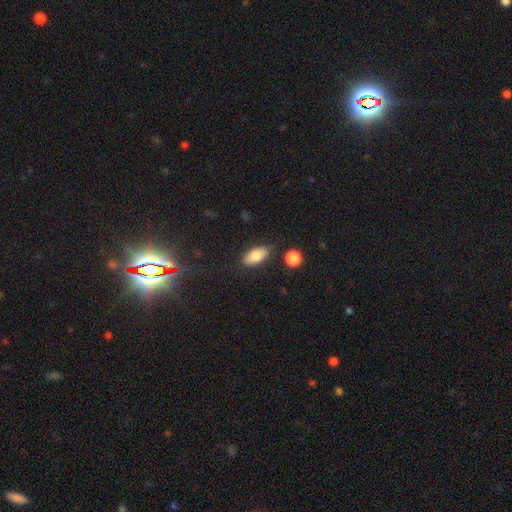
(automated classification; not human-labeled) The model was most divided on "merging": none: 76%, minor disturbance: 16%, major disturbance: 4%, merger: 4%. More confident: how rounded — in between (89%); smooth or featured — smooth (80%).